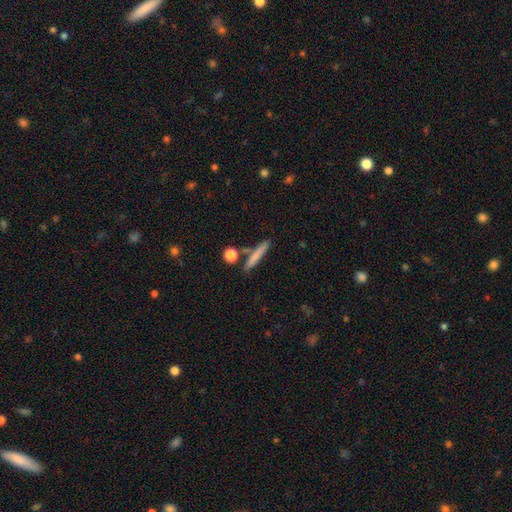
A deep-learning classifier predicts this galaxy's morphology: A smooth galaxy with no disk features (75%) that is cigar-shaped (86%). Merging: none (77%).